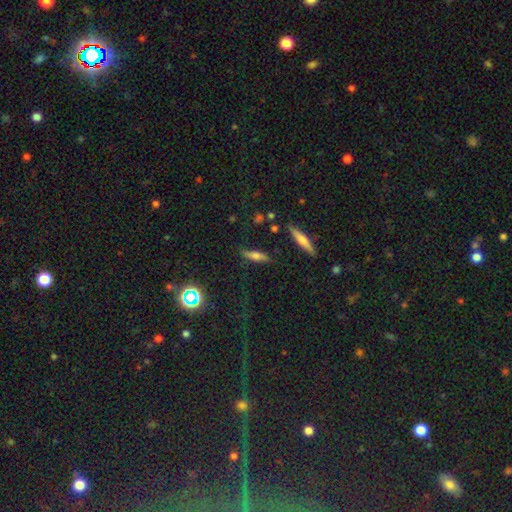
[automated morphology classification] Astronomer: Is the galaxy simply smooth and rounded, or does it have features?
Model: smooth — 51% (runner-up: featured or disk, 36%).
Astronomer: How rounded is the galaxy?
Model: cigar-shaped — 68%.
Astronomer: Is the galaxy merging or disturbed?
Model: none — 80%.